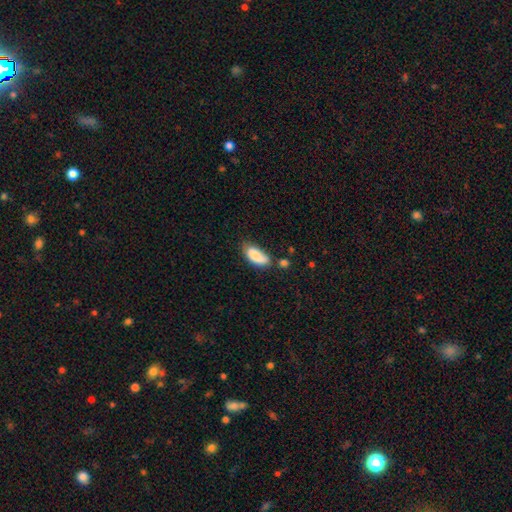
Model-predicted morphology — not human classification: A smooth galaxy with no disk features (79%) that is in between round and cigar-shaped (87%). Merging: none (49%).